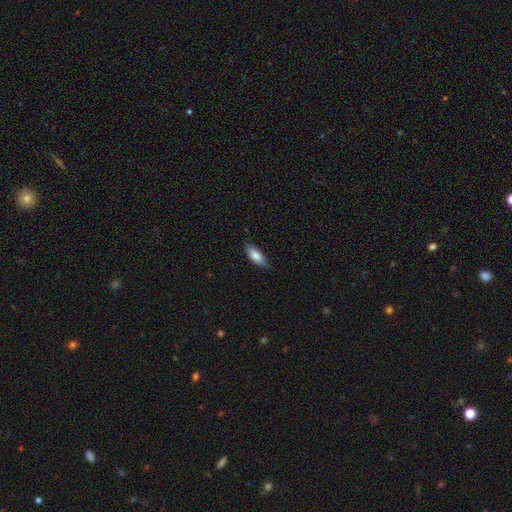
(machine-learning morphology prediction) A smooth galaxy with no disk features (82%) that is in between round and cigar-shaped (71%). Merging: none (78%).